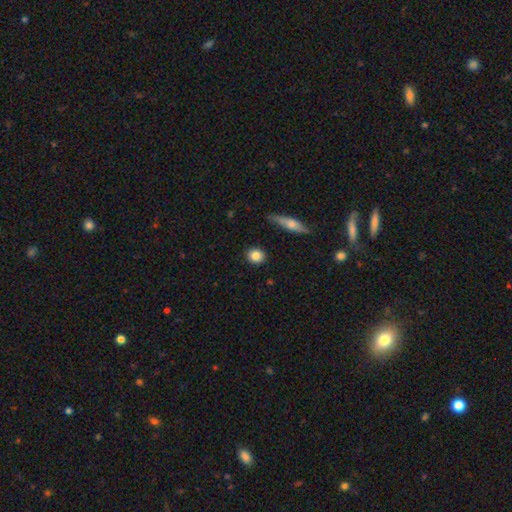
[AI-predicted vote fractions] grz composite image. It shows a smooth galaxy with no disk features (84%) that is round (78%). Merging: none (89%).